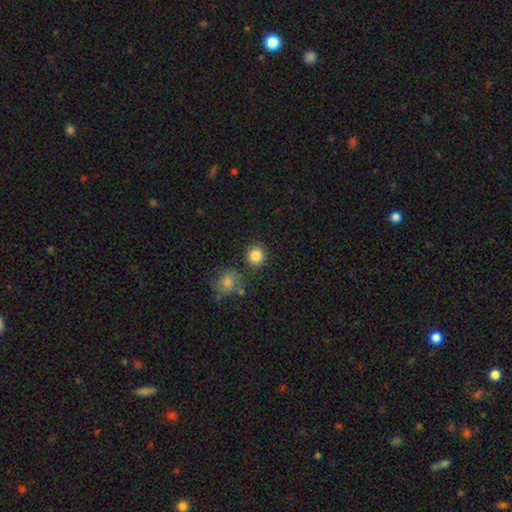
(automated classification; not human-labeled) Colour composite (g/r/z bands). It shows a smooth galaxy with no disk features (85%) that is round (91%). Merging: none (85%).